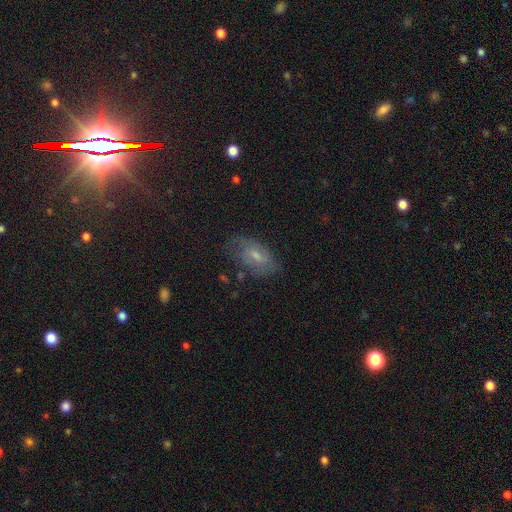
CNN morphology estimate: featured or disk 47%, smooth 43%, star or artifact 11%. Down the decision tree: merging — none (65%).